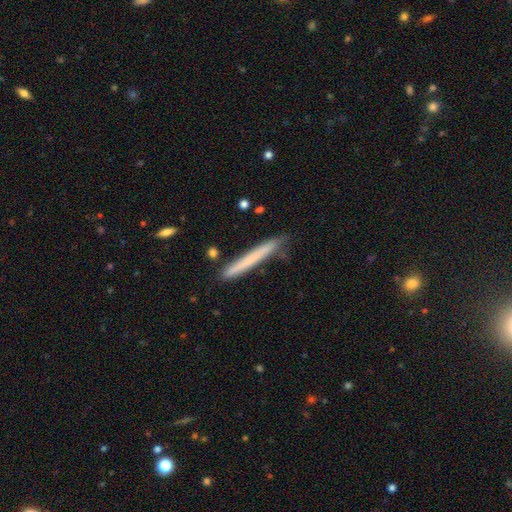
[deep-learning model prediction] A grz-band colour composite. It shows a smooth galaxy with no disk features (62%) that is cigar-shaped (97%). Merging: none (84%).